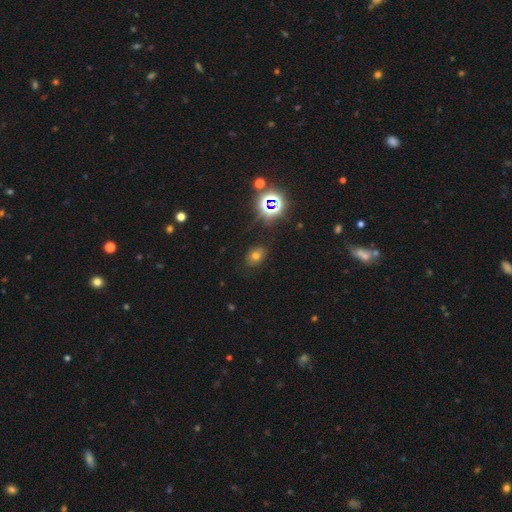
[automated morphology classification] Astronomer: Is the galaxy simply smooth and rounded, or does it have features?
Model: smooth — 60%.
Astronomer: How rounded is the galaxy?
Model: in between — 70%.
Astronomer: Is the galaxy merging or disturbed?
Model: none — 82%.